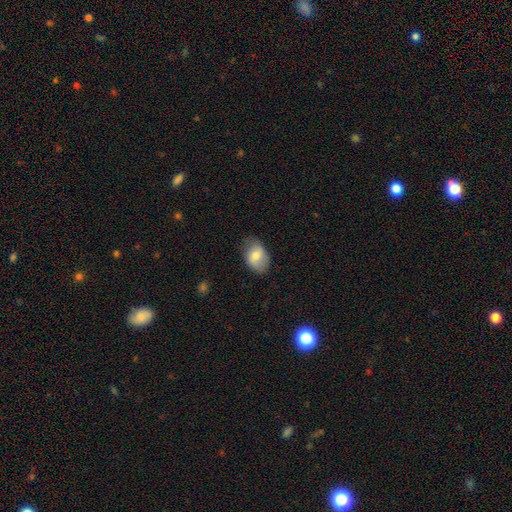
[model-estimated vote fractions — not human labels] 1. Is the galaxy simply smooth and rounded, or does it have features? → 73% smooth, 20% featured or disk, 7% star or artifact.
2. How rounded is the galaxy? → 83% in between, 16% round, 1% cigar-shaped.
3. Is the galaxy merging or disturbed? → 73% none, 21% minor disturbance, 5% major disturbance, 1% merger.